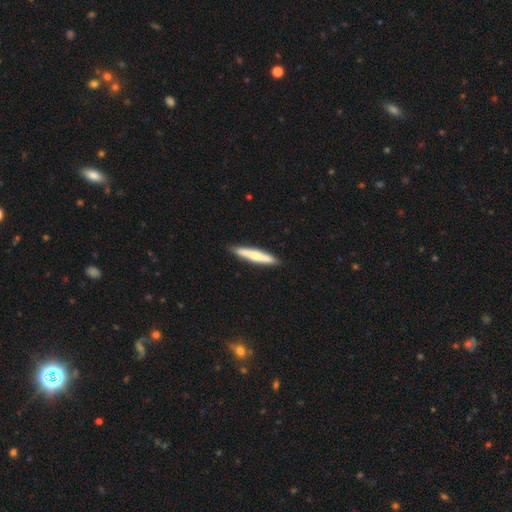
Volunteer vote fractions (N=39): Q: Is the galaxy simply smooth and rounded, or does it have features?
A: smooth — 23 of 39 (59%).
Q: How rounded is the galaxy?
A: cigar-shaped — 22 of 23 (96%).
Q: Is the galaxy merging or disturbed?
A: none — 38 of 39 (97%).